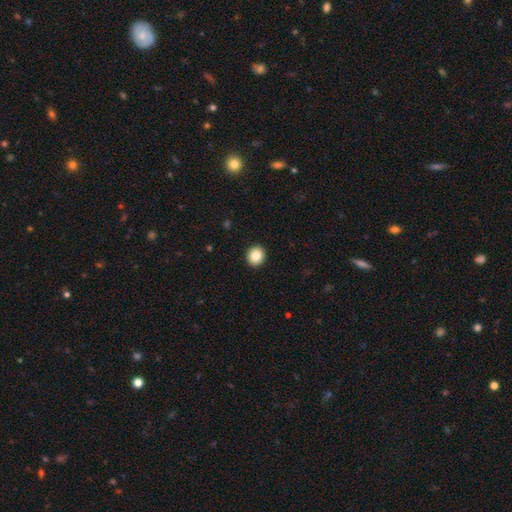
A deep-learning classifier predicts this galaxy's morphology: type=smooth (84%); roundness=round (90%); merging=none (93%).